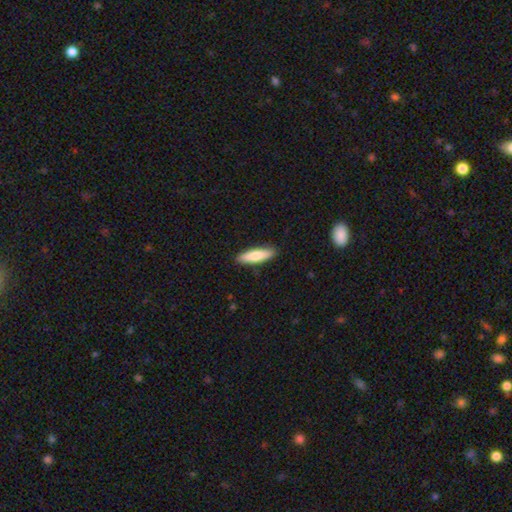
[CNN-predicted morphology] smooth_or_featured: smooth (p=0.81) [alt: featured or disk p=0.14]
how_rounded: cigar-shaped (p=0.67) [alt: in between p=0.31]
merging: none (p=0.89) [alt: minor disturbance p=0.08]